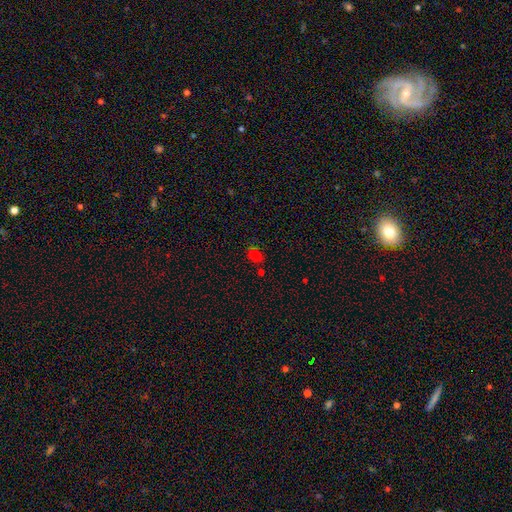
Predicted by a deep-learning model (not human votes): Smooth or featured?
  - smooth: 63% *
  - star or artifact: 30%
  - featured or disk: 6%
How rounded?
  - in between: 79% *
  - round: 18%
  - cigar-shaped: 2%
Merging?
  - none: 66% *
  - minor disturbance: 19%
  - merger: 9%
  - major disturbance: 7%